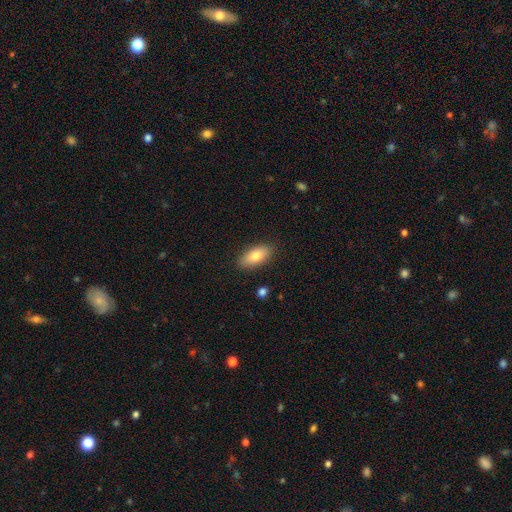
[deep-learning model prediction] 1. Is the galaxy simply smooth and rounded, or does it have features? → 79% smooth, 14% featured or disk, 7% star or artifact.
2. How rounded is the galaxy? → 87% in between, 10% cigar-shaped, 3% round.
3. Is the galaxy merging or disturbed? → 87% none, 9% minor disturbance, 2% major disturbance, 1% merger.